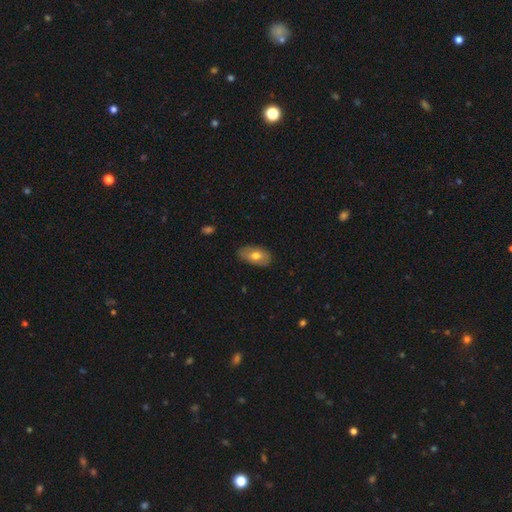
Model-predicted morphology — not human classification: Smooth or featured? smooth (69%)
How rounded? in between (92%)
Merging? none (80%)